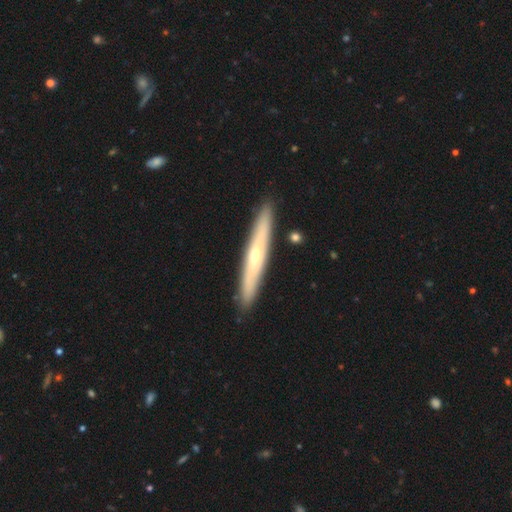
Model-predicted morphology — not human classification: Smooth or featured? Predicted: featured or disk (p=0.56). Edge-on disk? Predicted: yes (p=0.89). Merging? Predicted: none (p=0.90).